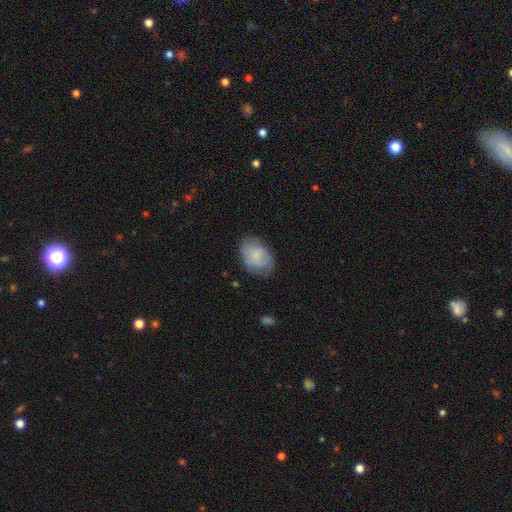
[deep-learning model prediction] A smooth galaxy with no disk features (73%) that is in between round and cigar-shaped (82%).

Vote fractions:
- Smooth or featured? smooth: 73% / featured or disk: 20% / star or artifact: 7%
- How rounded? in between: 82% / round: 17% / cigar-shaped: 1%
- Merging? none: 67% / minor disturbance: 24% / major disturbance: 7% / merger: 1%